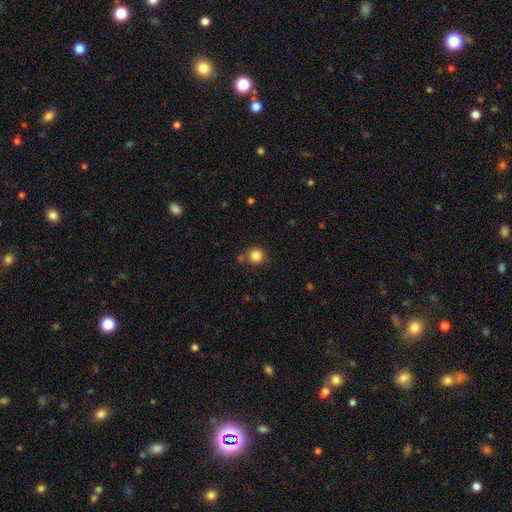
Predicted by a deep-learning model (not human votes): smooth-or-featured: smooth: 85% | star or artifact: 11% | featured or disk: 4%
  how-rounded: round: 94% | in between: 5% | cigar-shaped: 1%
  merging: none: 81% | minor disturbance: 10% | merger: 7% | major disturbance: 3%